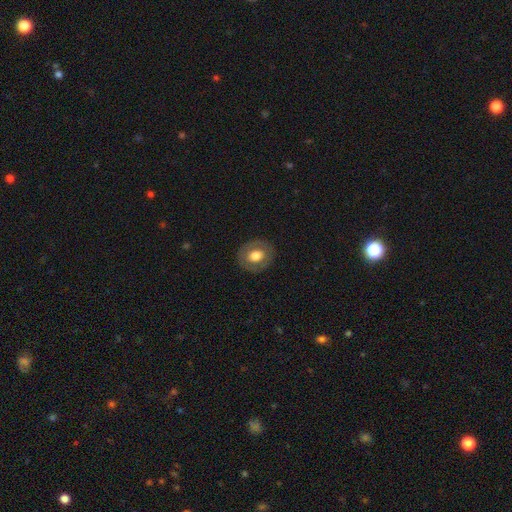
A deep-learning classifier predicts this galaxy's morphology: type=smooth (63%); roundness=round (70%); merging=none (86%).